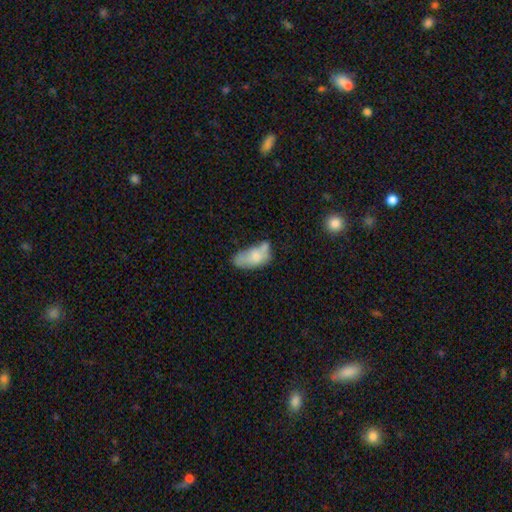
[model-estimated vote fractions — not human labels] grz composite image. It shows a smooth galaxy with no disk features (67%) that is in between round and cigar-shaped (90%). Merging: none (30%).